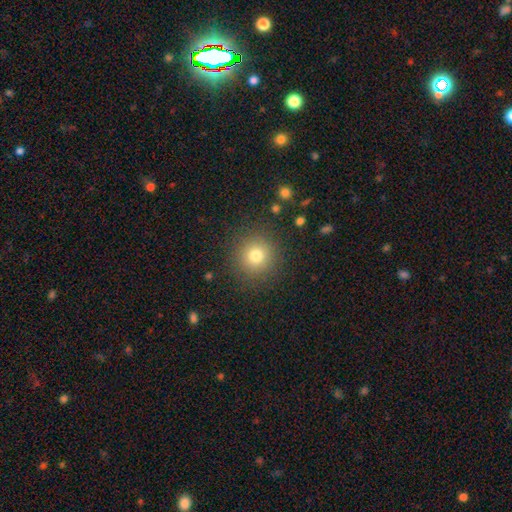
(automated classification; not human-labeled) smooth_or_featured: smooth (p=0.76) [alt: star or artifact p=0.14]
how_rounded: round (p=0.93) [alt: in between p=0.06]
merging: none (p=0.88) [alt: minor disturbance p=0.07]